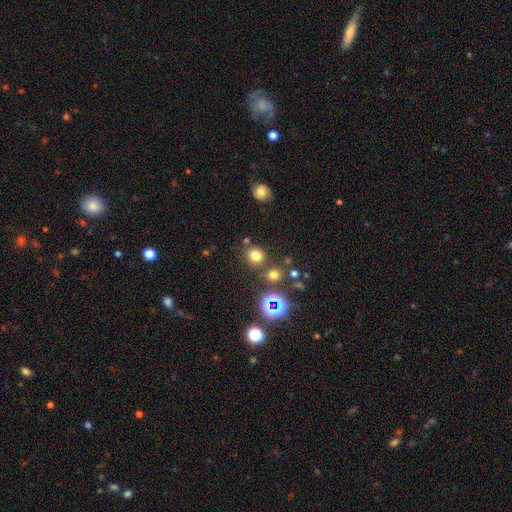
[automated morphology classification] smooth_or_featured: smooth (p=0.73) [alt: star or artifact p=0.20]
how_rounded: round (p=0.81) [alt: in between p=0.18]
merging: none (p=0.76) [alt: merger p=0.10]